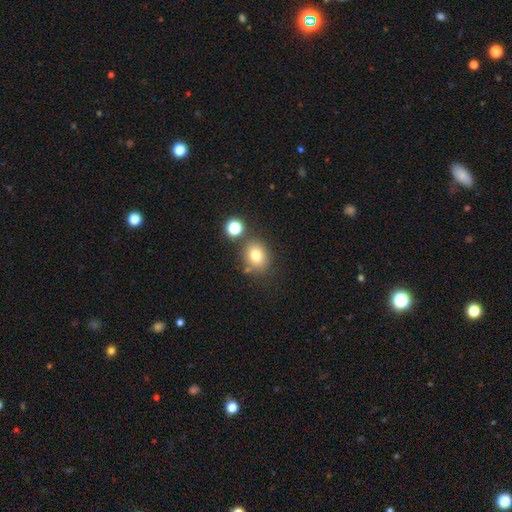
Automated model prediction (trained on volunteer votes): Smooth or featured? smooth (76%)
How rounded? round (59%)
Merging? none (71%)